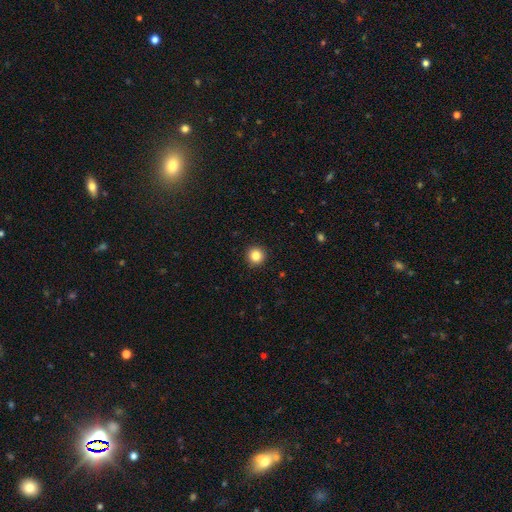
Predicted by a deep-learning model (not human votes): smooth-or-featured: smooth: 84% | star or artifact: 11% | featured or disk: 5%
  how-rounded: round: 95% | in between: 4% | cigar-shaped: 1%
  merging: none: 93% | minor disturbance: 5% | major disturbance: 2% | merger: 1%